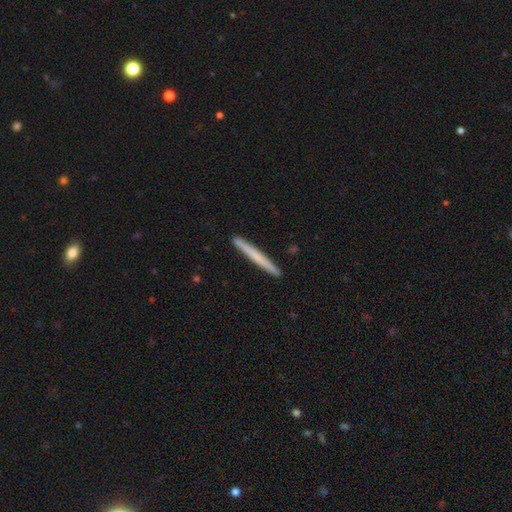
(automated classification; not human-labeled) The model was most divided on "smooth or featured": smooth: 59%, featured or disk: 36%, star or artifact: 5%. More confident: how rounded — cigar-shaped (97%); merging — none (92%).